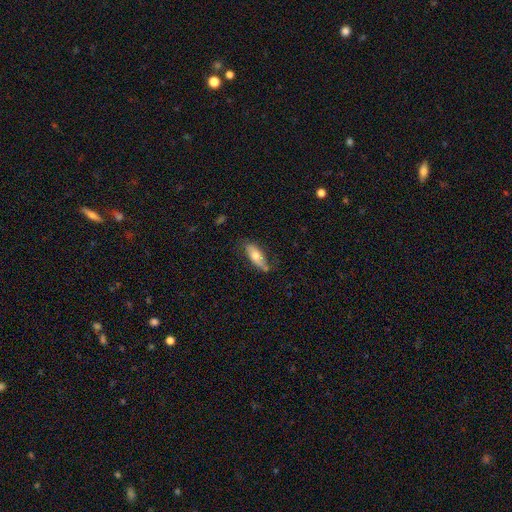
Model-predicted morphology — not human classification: A smooth galaxy with no disk features (60%) that is in between round and cigar-shaped (74%).

Vote fractions:
- Smooth or featured? smooth: 60% / featured or disk: 34% / star or artifact: 6%
- How rounded? in between: 74% / cigar-shaped: 24% / round: 3%
- Merging? none: 64% / minor disturbance: 26% / major disturbance: 7% / merger: 4%